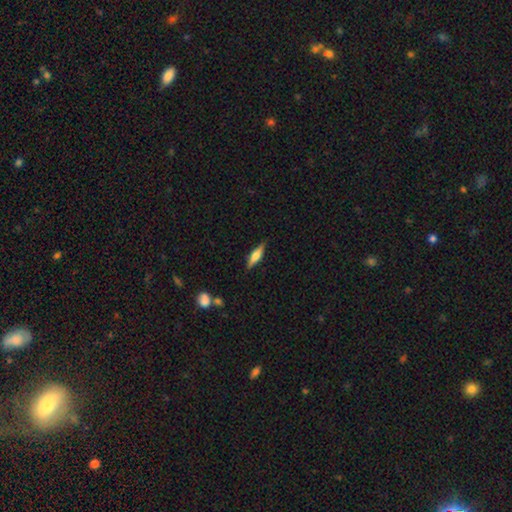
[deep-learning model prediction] A featured or disk galaxy (49%).

Vote fractions:
- Smooth or featured? featured or disk: 49% / smooth: 44% / star or artifact: 7%
- Merging? none: 86% / minor disturbance: 10% / major disturbance: 2% / merger: 2%